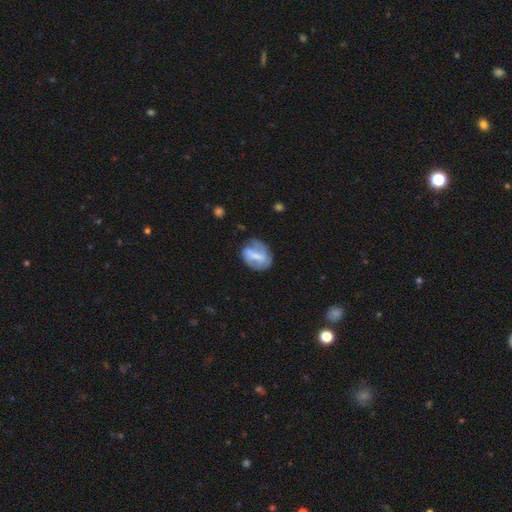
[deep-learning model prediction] Smooth or featured?
  - featured or disk: 54% *
  - smooth: 39%
  - star or artifact: 7%
Edge-on disk?
  - no: 95% *
  - yes: 5%
Bar?
  - strong: 45% *
  - weak: 38%
  - no: 17%
Spiral arms?
  - yes: 56% *
  - no: 44%
Bulge size?
  - small: 37% *
  - moderate: 33%
  - none: 22%
  - large: 6%
  - dominant: 1%
Merging?
  - none: 55% *
  - minor disturbance: 28%
  - major disturbance: 14%
  - merger: 3%